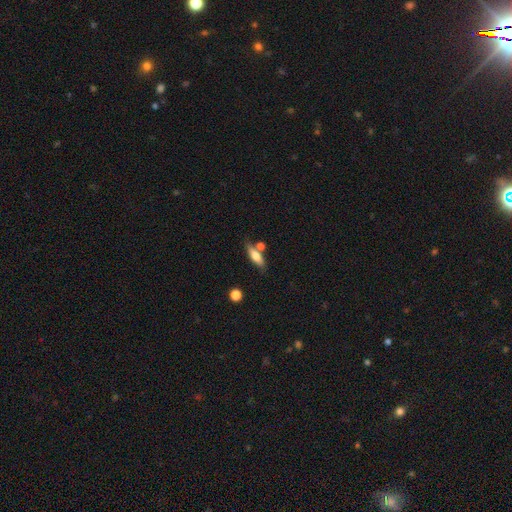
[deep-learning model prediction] This is likely a smooth galaxy (64%). How rounded: possibly in between (50%). Merging: likely none (66%).